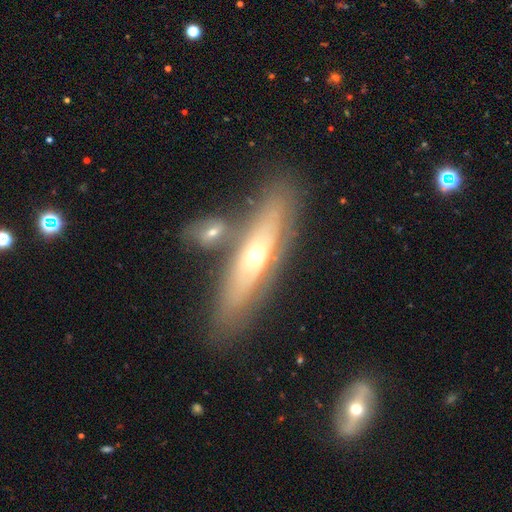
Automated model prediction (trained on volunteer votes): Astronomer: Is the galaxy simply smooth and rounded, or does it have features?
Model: featured or disk — 60%.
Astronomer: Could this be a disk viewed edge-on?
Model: yes — 57% (runner-up: no, 43%).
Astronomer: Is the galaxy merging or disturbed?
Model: none — 72%.